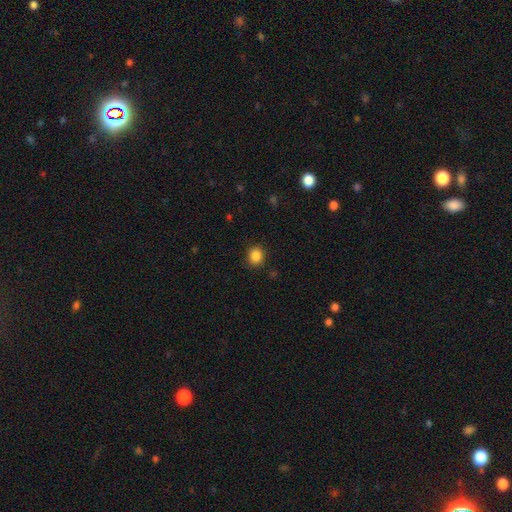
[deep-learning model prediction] This is clearly a smooth galaxy (86%). How rounded: likely round (80%). Merging: clearly none (89%).